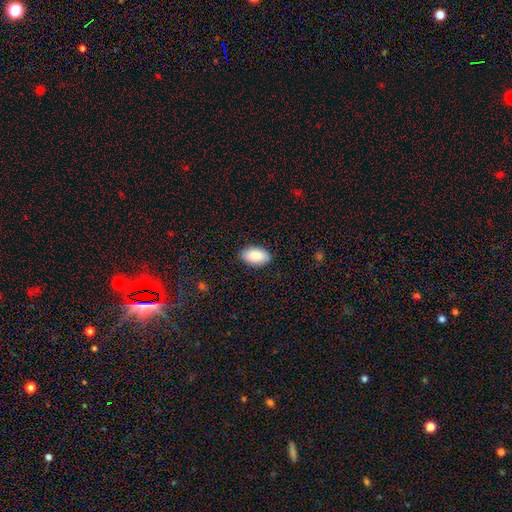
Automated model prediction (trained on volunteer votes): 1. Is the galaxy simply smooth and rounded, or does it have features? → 89% smooth, 6% star or artifact, 5% featured or disk.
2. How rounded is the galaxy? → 95% in between, 3% round, 2% cigar-shaped.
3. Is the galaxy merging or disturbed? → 89% none, 8% minor disturbance, 2% major disturbance, 1% merger.